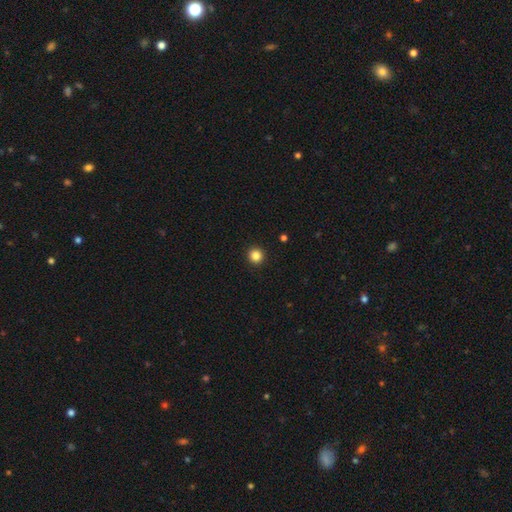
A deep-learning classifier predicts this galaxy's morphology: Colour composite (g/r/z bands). It shows a smooth galaxy with no disk features (85%) that is round (95%). Merging: none (94%).